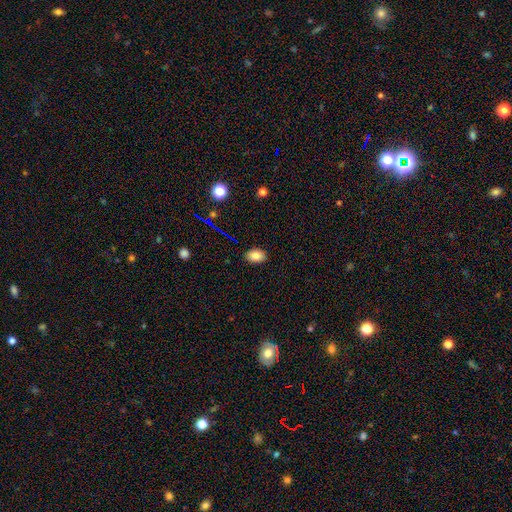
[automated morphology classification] Smooth or featured? smooth (84%)
How rounded? in between (81%)
Merging? none (88%)